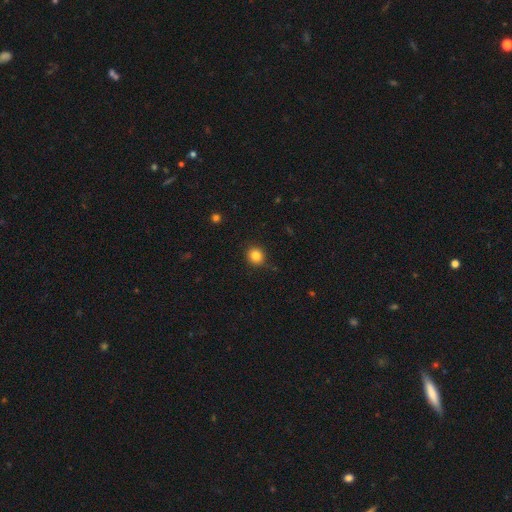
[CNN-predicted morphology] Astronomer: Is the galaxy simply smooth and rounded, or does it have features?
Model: smooth — 83%.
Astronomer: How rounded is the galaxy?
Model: round — 86%.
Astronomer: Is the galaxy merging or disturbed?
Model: none — 88%.